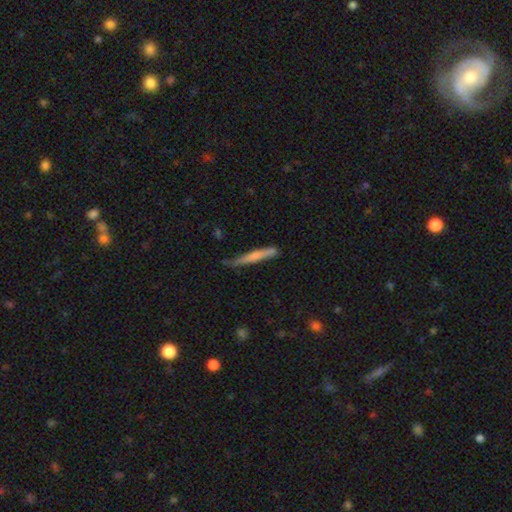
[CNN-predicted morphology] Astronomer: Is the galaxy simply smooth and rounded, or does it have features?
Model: smooth — 59% (runner-up: featured or disk, 35%).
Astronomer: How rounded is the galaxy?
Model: cigar-shaped — 95%.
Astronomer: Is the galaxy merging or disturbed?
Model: none — 66%.